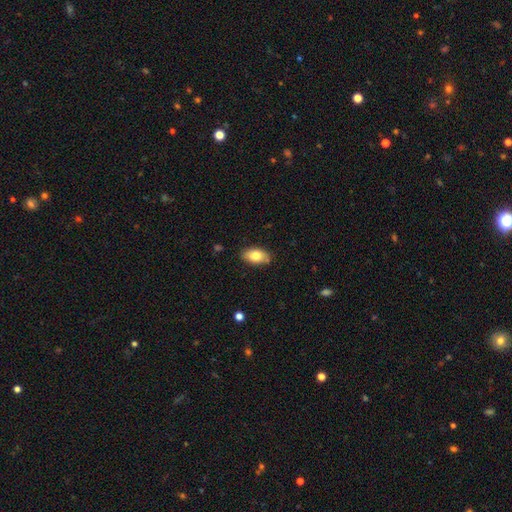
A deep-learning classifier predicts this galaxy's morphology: Smooth or featured?
  - smooth: 78% *
  - featured or disk: 15%
  - star or artifact: 7%
How rounded?
  - in between: 92% *
  - round: 5%
  - cigar-shaped: 3%
Merging?
  - none: 83% *
  - minor disturbance: 14%
  - major disturbance: 2%
  - merger: 1%